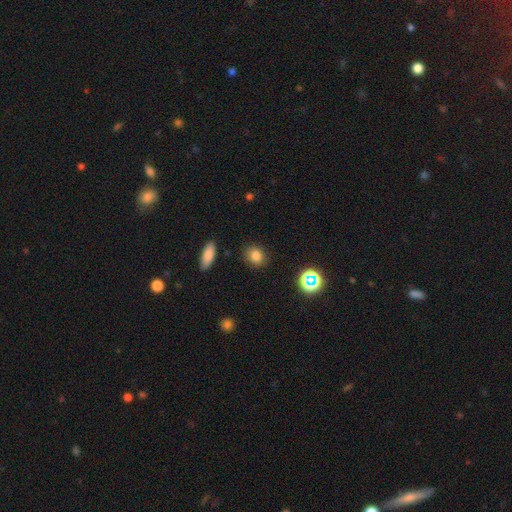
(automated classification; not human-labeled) This is clearly a smooth galaxy (81%). How rounded: likely round (72%). Merging: clearly none (89%).